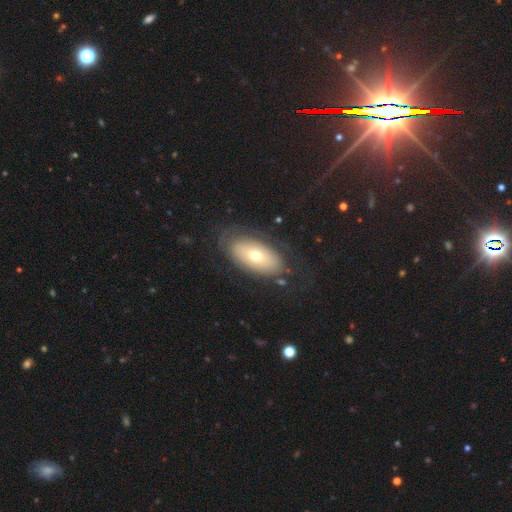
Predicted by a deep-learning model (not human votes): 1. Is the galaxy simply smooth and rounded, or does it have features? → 51% smooth, 40% featured or disk, 9% star or artifact.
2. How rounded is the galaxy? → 91% in between, 5% round, 3% cigar-shaped.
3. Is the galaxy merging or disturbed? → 70% none, 17% minor disturbance, 12% major disturbance, 2% merger.